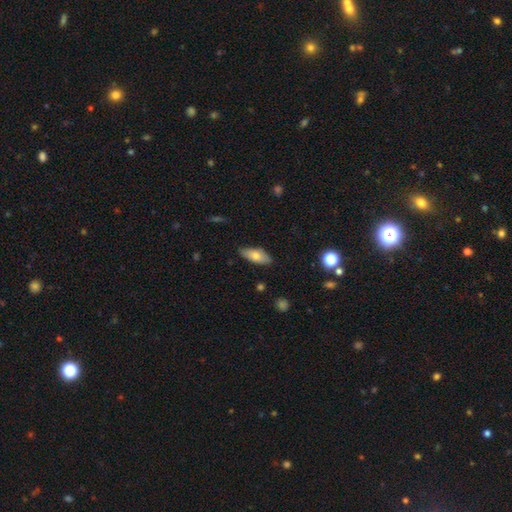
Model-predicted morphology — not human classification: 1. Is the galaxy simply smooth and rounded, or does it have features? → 70% smooth, 23% featured or disk, 7% star or artifact.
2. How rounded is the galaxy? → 81% in between, 16% cigar-shaped, 3% round.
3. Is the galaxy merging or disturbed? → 82% none, 15% minor disturbance, 2% major disturbance, 1% merger.